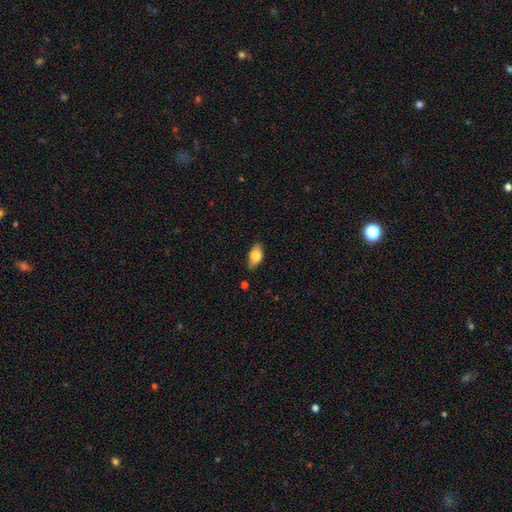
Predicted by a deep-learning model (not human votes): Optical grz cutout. It shows a smooth galaxy with no disk features (75%) that is in between round and cigar-shaped (87%). Merging: none (73%).